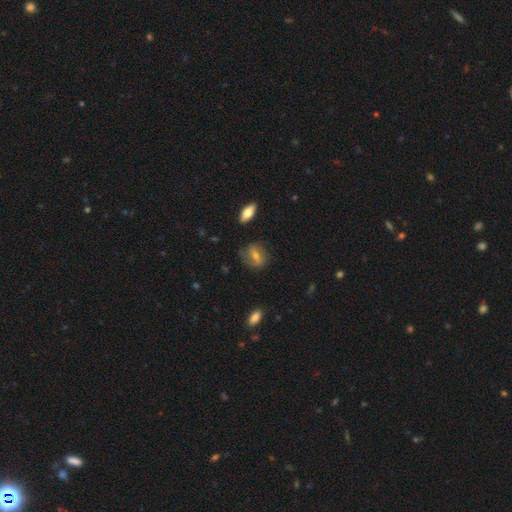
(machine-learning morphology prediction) Smooth or featured?
  - featured or disk: 53% *
  - smooth: 36%
  - star or artifact: 11%
Edge-on disk?
  - no: 86% *
  - yes: 14%
Merging?
  - none: 72% *
  - minor disturbance: 19%
  - major disturbance: 7%
  - merger: 2%